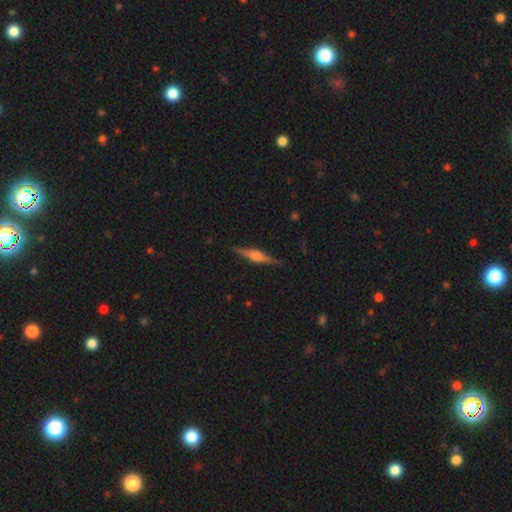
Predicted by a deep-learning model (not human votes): A featured or disk galaxy (74%) viewed edge-on (98%) with a rounded central bulge (79%).

Vote fractions:
- Smooth or featured? featured or disk: 74% / smooth: 19% / star or artifact: 7%
- Edge-on disk? yes: 98% / no: 2%
- Edge-on bulge? rounded: 79% / boxy: 17% / none: 4%
- Merging? none: 89% / minor disturbance: 8% / major disturbance: 2% / merger: 1%